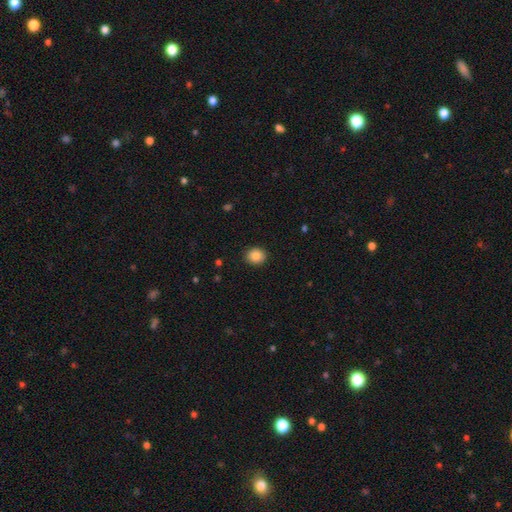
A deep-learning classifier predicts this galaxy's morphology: Overall: smooth (86%). How rounded: round (71%). Merging: none (91%).